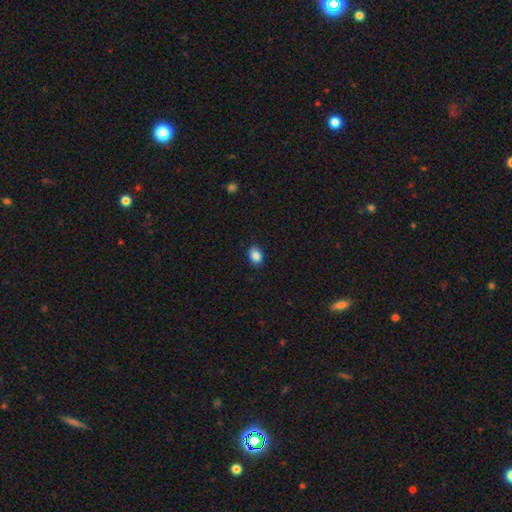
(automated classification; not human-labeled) The model was most divided on "how rounded": in between: 66%, round: 33%, cigar-shaped: 1%. More confident: merging — none (87%); smooth or featured — smooth (87%).